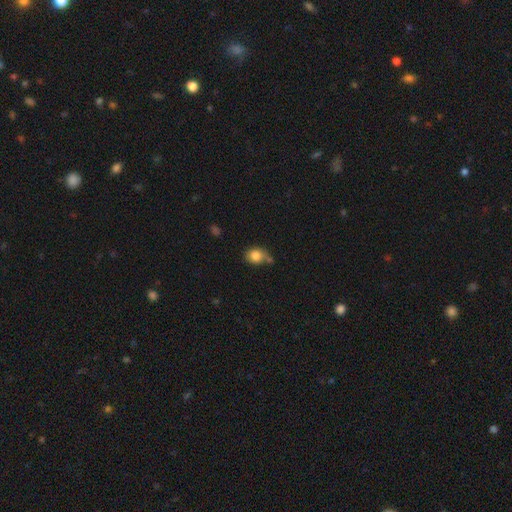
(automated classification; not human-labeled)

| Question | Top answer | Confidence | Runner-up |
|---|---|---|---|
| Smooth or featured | smooth | 82% | star or artifact (10%) |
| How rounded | round | 63% | in between (36%) |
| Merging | none | 54% | minor disturbance (24%) |